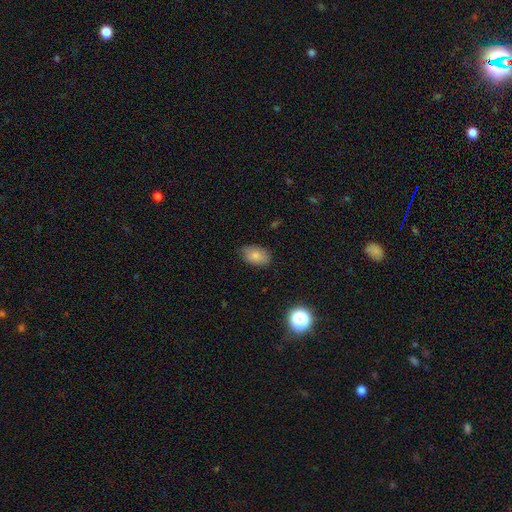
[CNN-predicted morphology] A smooth galaxy with no disk features (82%) that is in between round and cigar-shaped (89%).

Vote fractions:
- Smooth or featured? smooth: 82% / star or artifact: 9% / featured or disk: 9%
- How rounded? in between: 89% / round: 9% / cigar-shaped: 1%
- Merging? none: 82% / minor disturbance: 14% / major disturbance: 3% / merger: 1%